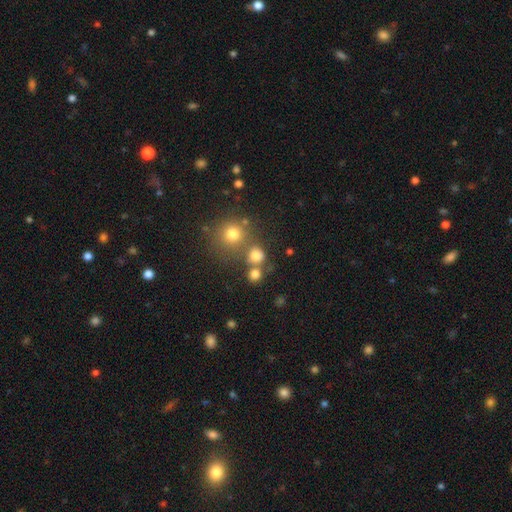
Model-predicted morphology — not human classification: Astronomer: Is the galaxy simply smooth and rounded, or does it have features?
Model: smooth — 76%.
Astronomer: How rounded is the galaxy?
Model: round — 79%.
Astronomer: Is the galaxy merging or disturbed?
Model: none — 59%.